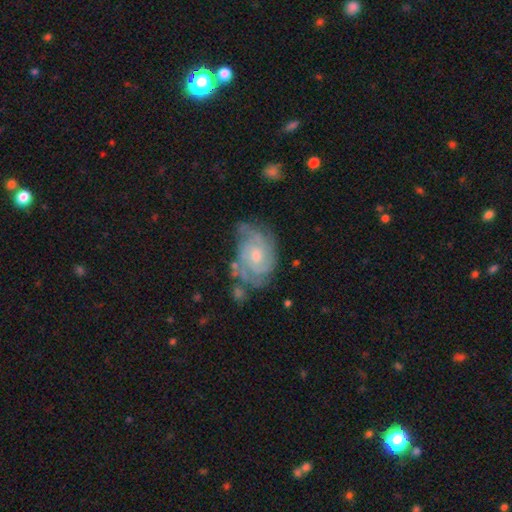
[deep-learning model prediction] Overall: featured or disk (83%). Edge-on disk: no (97%). Bar: no (69%). Spiral arms: yes (95%). Spiral arm count: can't tell (31%; 3 26%). Spiral winding: tight (62%; medium 31%). Bulge size: moderate (47%, tied with small). Merging: none (61%; minor disturbance 24%).